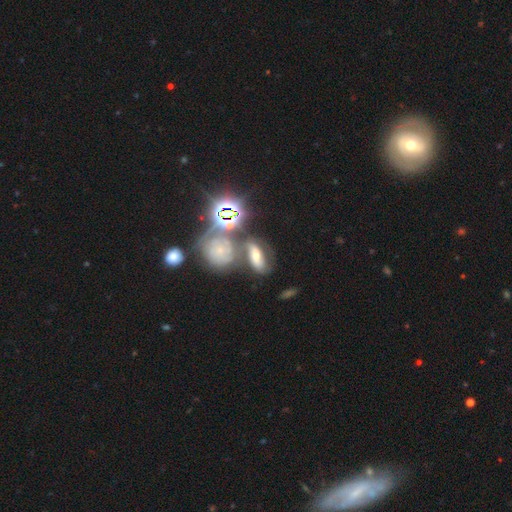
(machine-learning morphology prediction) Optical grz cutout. It shows a smooth galaxy with no disk features (42%). Merging: none (48%).